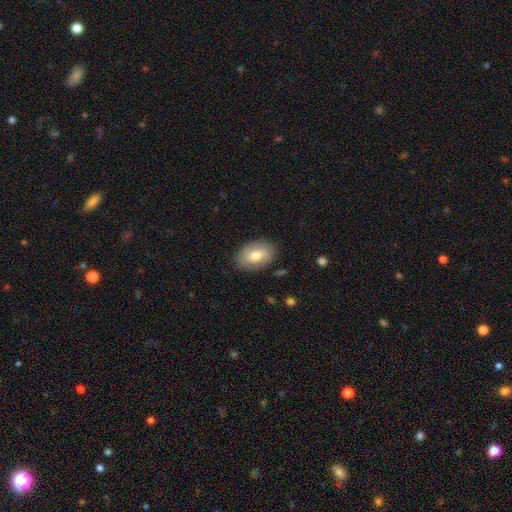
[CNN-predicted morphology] Q: Smooth or featured?
A: smooth (57%); runner-up: featured or disk (37%)
Q: How rounded?
A: in between (83%); runner-up: round (16%)
Q: Merging?
A: none (82%); runner-up: minor disturbance (13%)